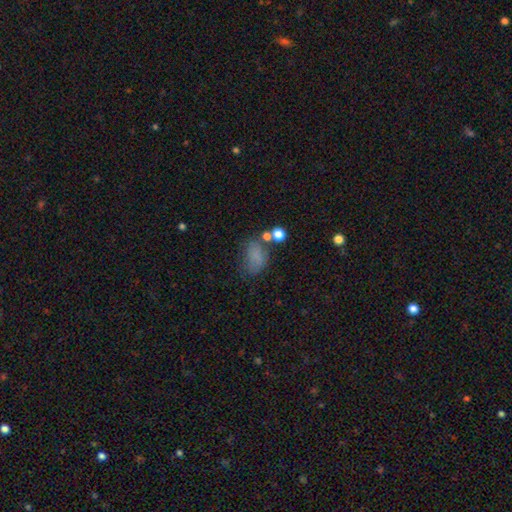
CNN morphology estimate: A smooth galaxy with no disk features (70%) that is in between round and cigar-shaped (80%). Merging: none (47%).